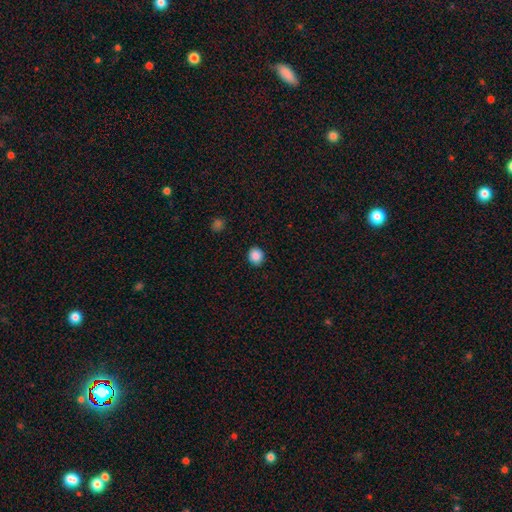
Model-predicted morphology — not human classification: smooth-or-featured: smooth: 88% | star or artifact: 9% | featured or disk: 3%
  how-rounded: round: 81% | in between: 18% | cigar-shaped: 1%
  merging: none: 90% | minor disturbance: 7% | major disturbance: 2% | merger: 1%